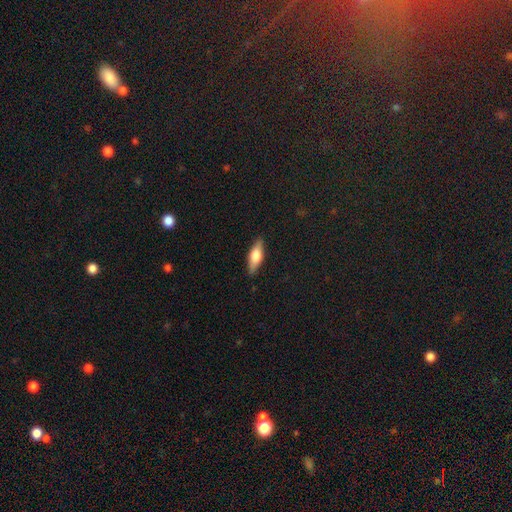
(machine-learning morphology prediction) smooth-or-featured: smooth: 55% | featured or disk: 39% | star or artifact: 6%
  how-rounded: in between: 55% | cigar-shaped: 42% | round: 3%
  merging: none: 88% | minor disturbance: 9% | major disturbance: 2% | merger: 1%